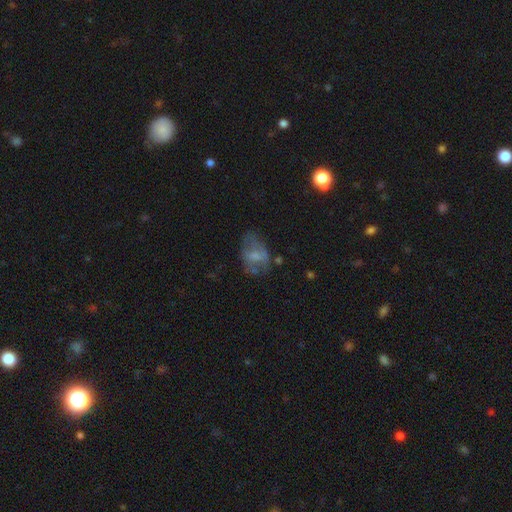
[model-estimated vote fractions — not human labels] Overall: smooth (50%; featured or disk 40%). How rounded: in between (81%). Merging: none (40%; major disturbance 28%).